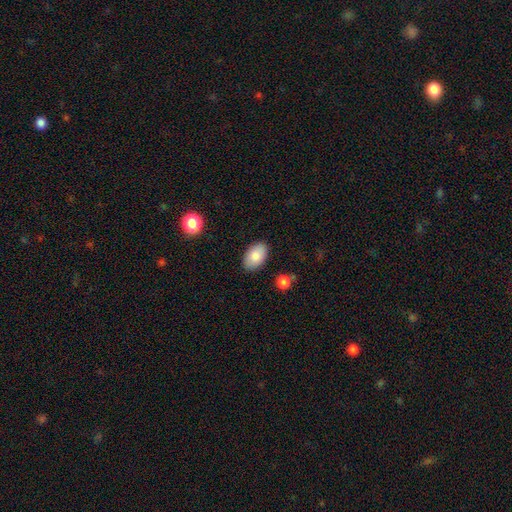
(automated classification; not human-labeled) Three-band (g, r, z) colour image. It shows a smooth galaxy with no disk features (86%) that is in between round and cigar-shaped (92%). Merging: none (86%).